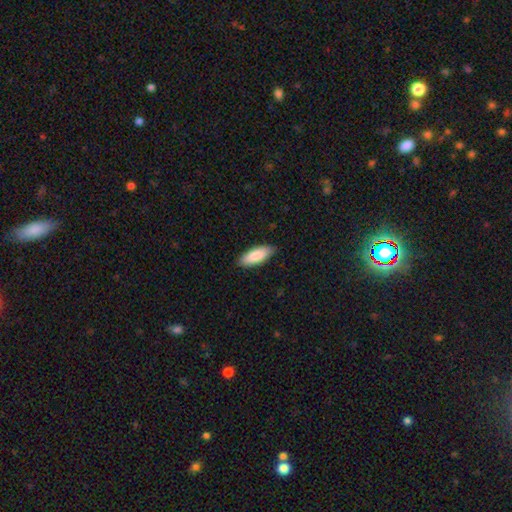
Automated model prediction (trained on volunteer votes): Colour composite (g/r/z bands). It shows a smooth galaxy with no disk features (87%) that is in between round and cigar-shaped (73%). Merging: none (88%).